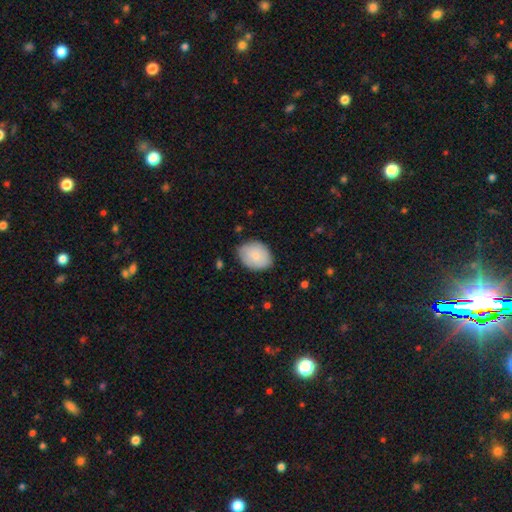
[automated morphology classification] smooth 81%, featured or disk 13%, star or artifact 6%. Down the decision tree: how rounded — in between (66%); merging — none (79%).